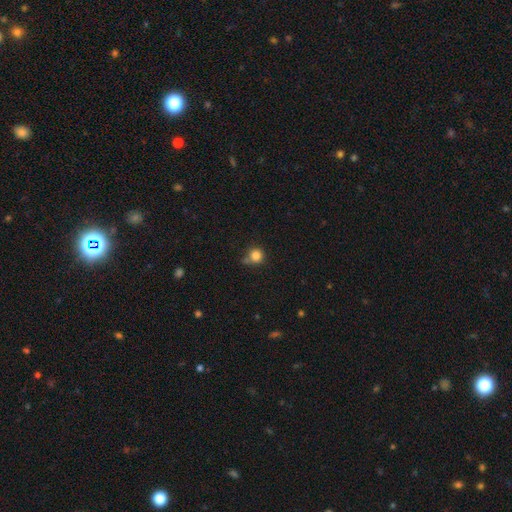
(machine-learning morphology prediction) smooth-or-featured: smooth: 83% | star or artifact: 12% | featured or disk: 5%
  how-rounded: round: 91% | in between: 8% | cigar-shaped: 1%
  merging: none: 61% | minor disturbance: 23% | merger: 10% | major disturbance: 7%